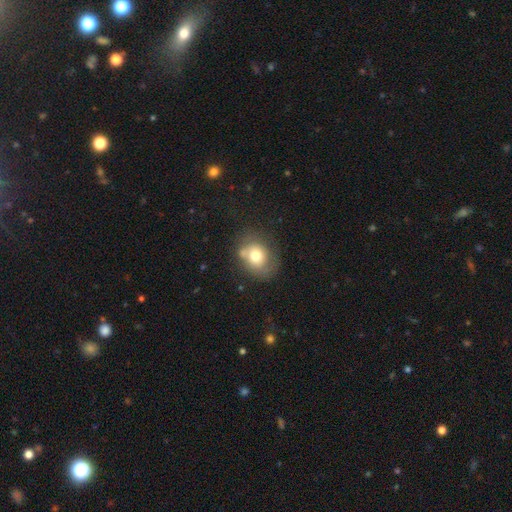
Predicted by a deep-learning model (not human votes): The model was most divided on "how rounded": round: 57%, in between: 42%, cigar-shaped: 1%. More confident: smooth or featured — smooth (69%); merging — none (53%).